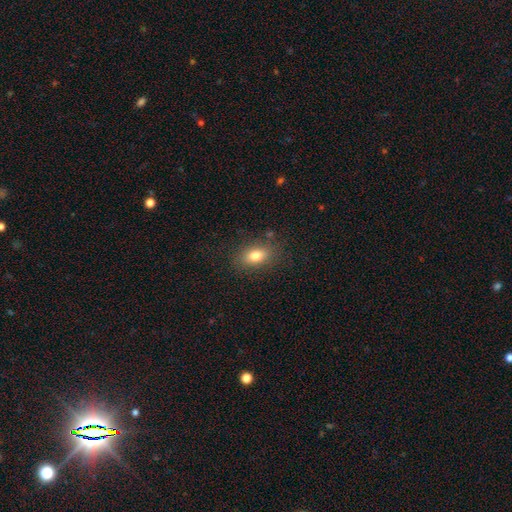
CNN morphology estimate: Smooth or featured?
  - smooth: 78% *
  - featured or disk: 11%
  - star or artifact: 10%
How rounded?
  - in between: 79% *
  - round: 18%
  - cigar-shaped: 3%
Merging?
  - none: 83% *
  - minor disturbance: 11%
  - major disturbance: 4%
  - merger: 2%